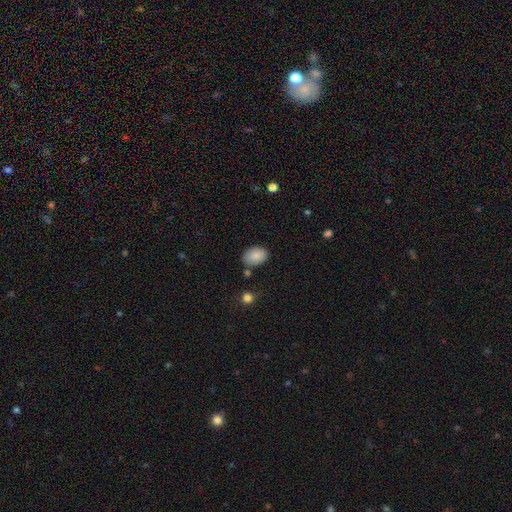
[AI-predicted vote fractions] smooth-or-featured: smooth: 88% | star or artifact: 8% | featured or disk: 5%
  how-rounded: in between: 83% | round: 16% | cigar-shaped: 1%
  merging: none: 78% | minor disturbance: 15% | merger: 4% | major disturbance: 3%